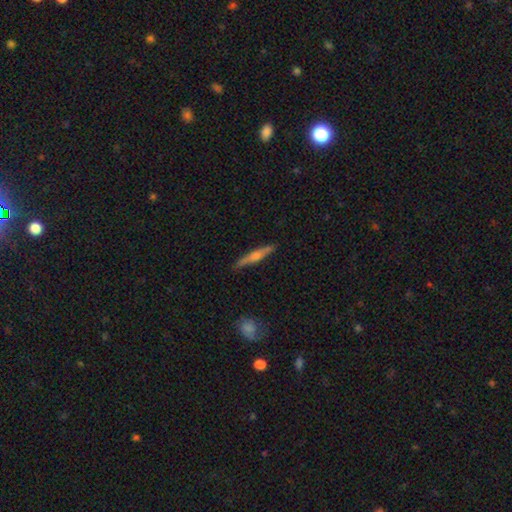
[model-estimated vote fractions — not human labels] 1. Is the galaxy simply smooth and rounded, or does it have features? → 68% featured or disk, 24% smooth, 8% star or artifact.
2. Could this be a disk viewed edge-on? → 97% yes, 3% no.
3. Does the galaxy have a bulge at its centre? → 83% rounded, 9% none, 8% boxy.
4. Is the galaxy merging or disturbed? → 88% none, 9% minor disturbance, 2% major disturbance, 1% merger.